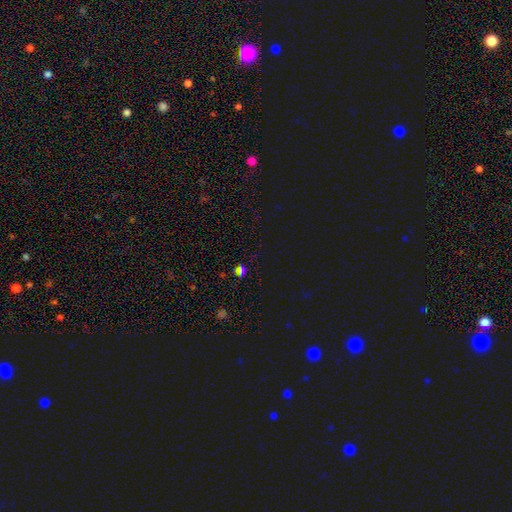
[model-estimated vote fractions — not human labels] Smooth or featured? star or artifact (73%)